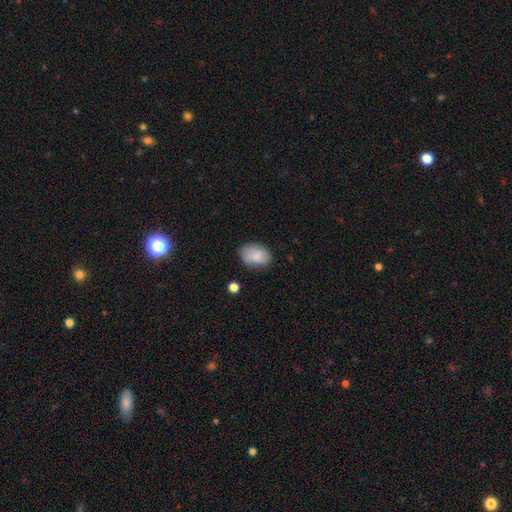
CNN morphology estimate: A smooth galaxy with no disk features (75%) that is in between round and cigar-shaped (84%).

Vote fractions:
- Smooth or featured? smooth: 75% / featured or disk: 18% / star or artifact: 7%
- How rounded? in between: 84% / round: 15% / cigar-shaped: 1%
- Merging? none: 71% / minor disturbance: 22% / major disturbance: 5% / merger: 2%